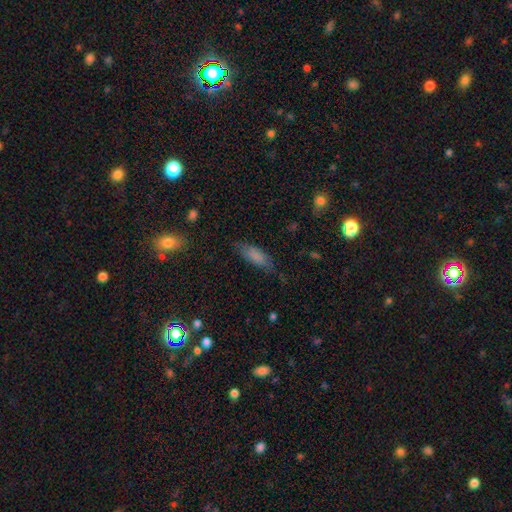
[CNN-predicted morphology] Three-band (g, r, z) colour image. It shows a smooth galaxy with no disk features (77%) that is in between round and cigar-shaped (63%). Merging: none (68%).